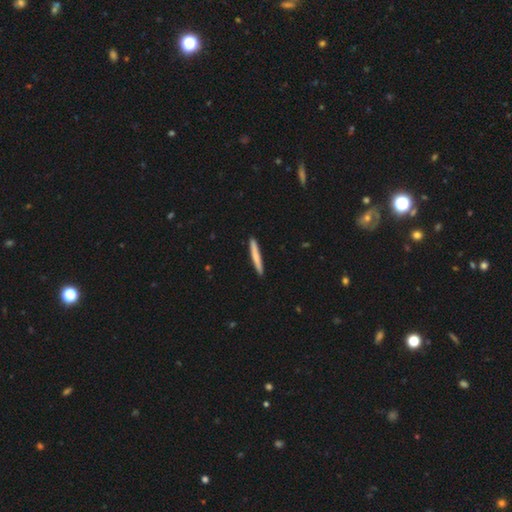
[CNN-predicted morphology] Smooth or featured?
  - smooth: 71% *
  - featured or disk: 24%
  - star or artifact: 5%
How rounded?
  - cigar-shaped: 96% *
  - in between: 2%
  - round: 1%
Merging?
  - none: 92% *
  - minor disturbance: 6%
  - major disturbance: 1%
  - merger: 1%